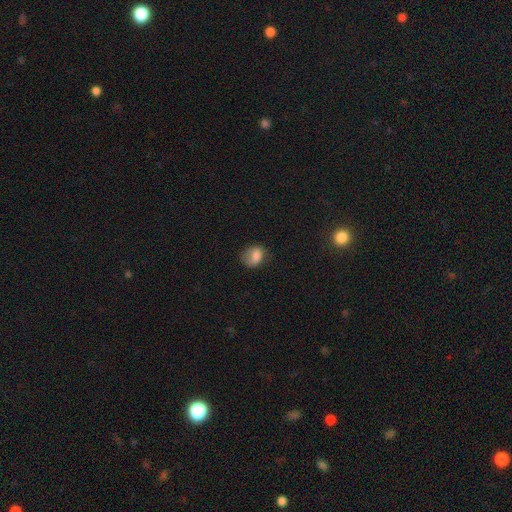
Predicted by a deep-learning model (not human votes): Smooth or featured?
  - smooth: 76% *
  - featured or disk: 14%
  - star or artifact: 10%
How rounded?
  - in between: 56% *
  - round: 42%
  - cigar-shaped: 1%
Merging?
  - none: 53% *
  - minor disturbance: 30%
  - major disturbance: 16%
  - merger: 2%